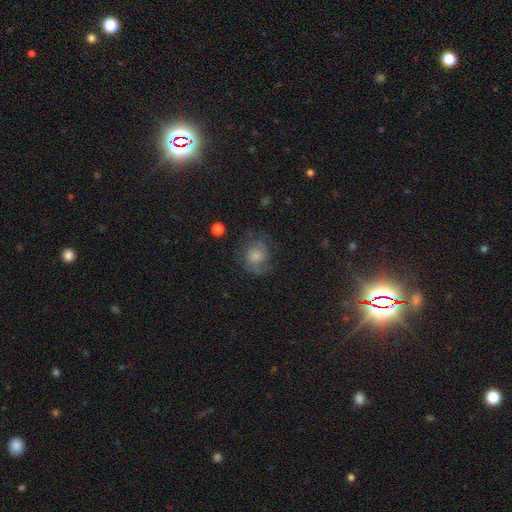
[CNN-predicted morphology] This appears to be a smooth galaxy with no disk features (51%) that is round (73%). Merging: none (59%).